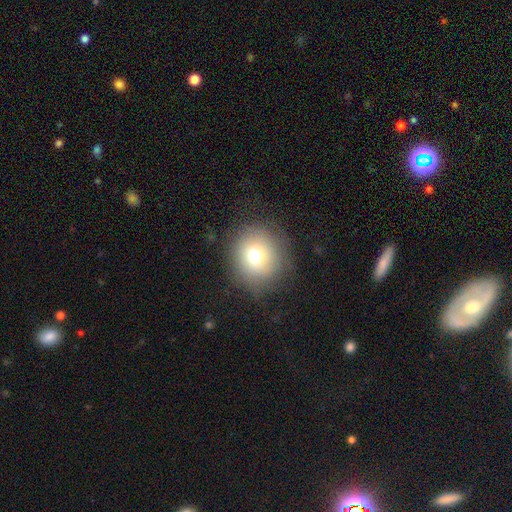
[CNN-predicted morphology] smooth 72%, star or artifact 15%, featured or disk 14%. Down the decision tree: how rounded — round (89%); merging — none (79%).